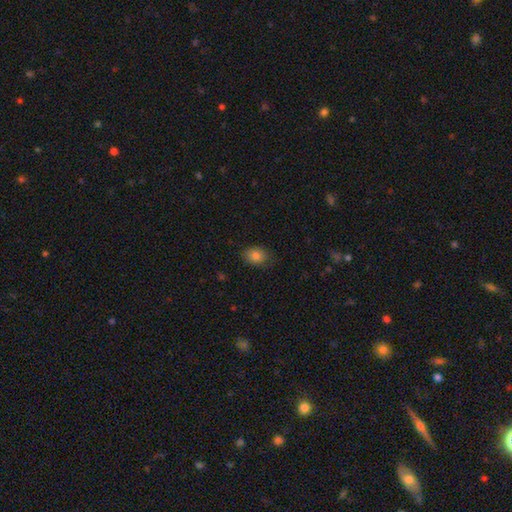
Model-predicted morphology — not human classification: Smooth or featured: smooth — 84% (star or artifact — 10%)
How rounded: in between — 62% (round — 37%)
Merging: none — 80% (minor disturbance — 16%)